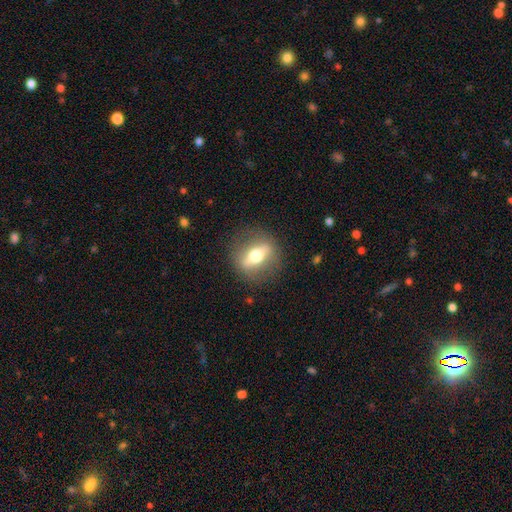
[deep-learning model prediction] featured or disk 62%, smooth 31%, star or artifact 7%. Down the decision tree: edge-on disk — yes (55%); merging — none (84%).